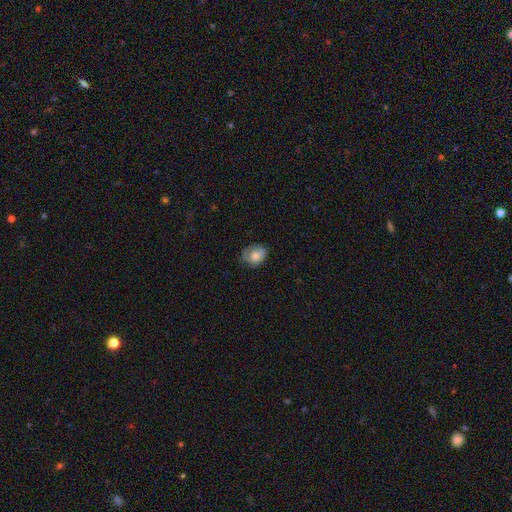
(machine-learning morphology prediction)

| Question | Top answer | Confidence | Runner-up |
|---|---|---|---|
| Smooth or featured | smooth | 74% | featured or disk (18%) |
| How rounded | in between | 53% | round (46%) |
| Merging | none | 62% | minor disturbance (28%) |